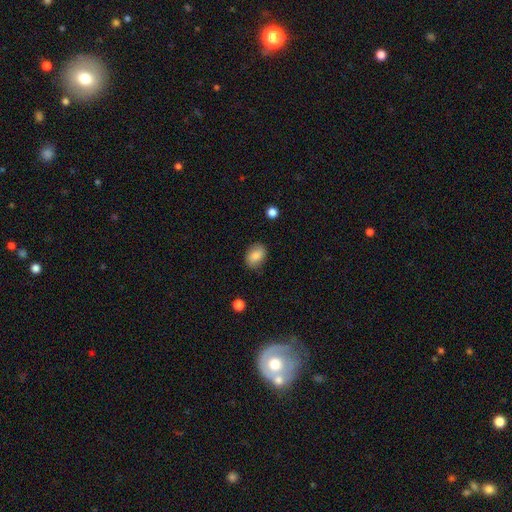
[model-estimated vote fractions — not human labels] Morphology: type=smooth (82%); roundness=in between (72%); merging=none (81%).